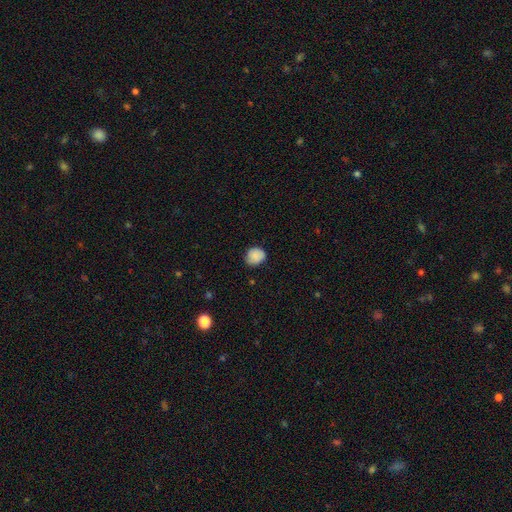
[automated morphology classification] Smooth or featured: smooth — 85% (star or artifact — 8%)
How rounded: round — 68% (in between — 31%)
Merging: none — 72% (minor disturbance — 24%)